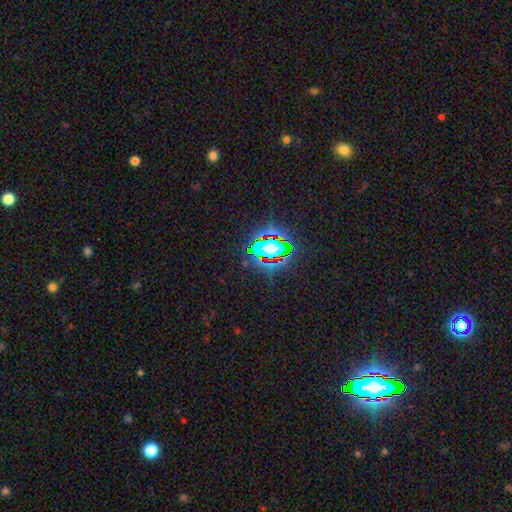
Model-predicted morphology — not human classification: star or artifact 83%, smooth 10%, featured or disk 7%.